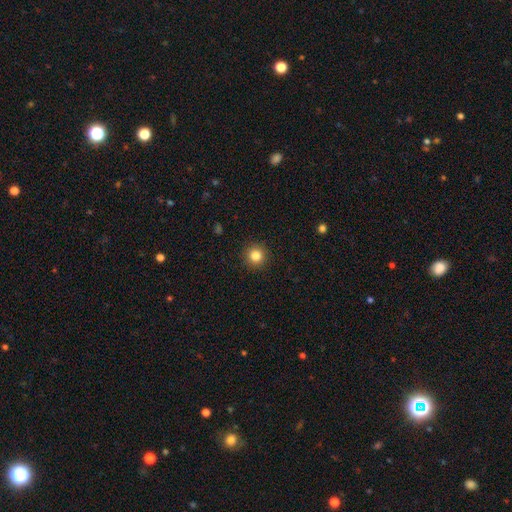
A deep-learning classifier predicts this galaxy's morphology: Smooth or featured: smooth — 84% (star or artifact — 12%)
How rounded: round — 94% (in between — 5%)
Merging: none — 92% (minor disturbance — 5%)